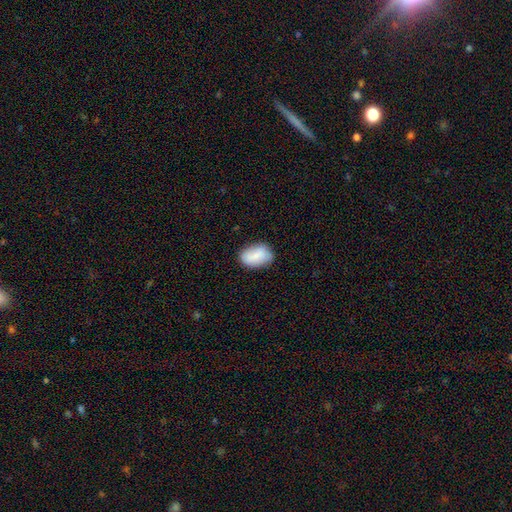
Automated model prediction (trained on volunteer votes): Smooth or featured: smooth — 80% (featured or disk — 13%)
How rounded: in between — 87% (round — 11%)
Merging: none — 75% (minor disturbance — 19%)